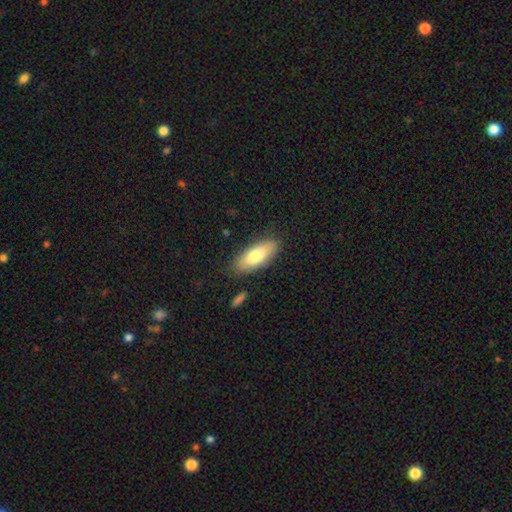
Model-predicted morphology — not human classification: The model was most divided on "how rounded": in between: 75%, cigar-shaped: 23%, round: 2%. More confident: merging — none (83%); smooth or featured — smooth (76%).